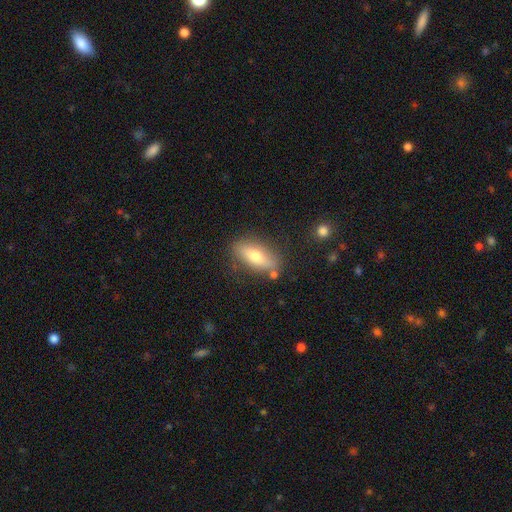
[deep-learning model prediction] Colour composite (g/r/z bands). It shows a smooth galaxy with no disk features (62%) that is in between round and cigar-shaped (69%). Merging: none (79%).